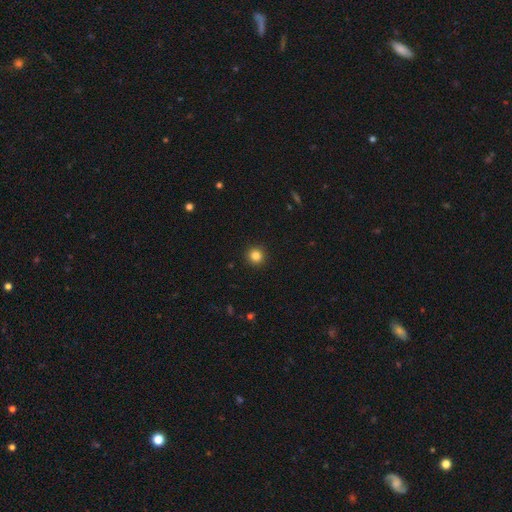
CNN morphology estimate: smooth 84%, star or artifact 12%, featured or disk 5%. Down the decision tree: how rounded — round (94%); merging — none (93%).